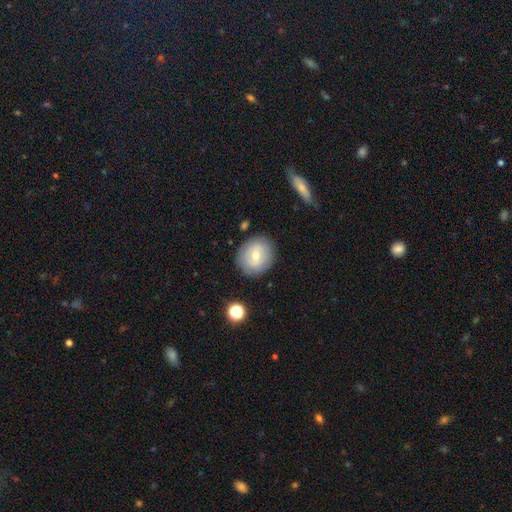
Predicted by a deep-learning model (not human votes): Morphology: type=smooth (55%); roundness=round (75%); merging=none (83%).